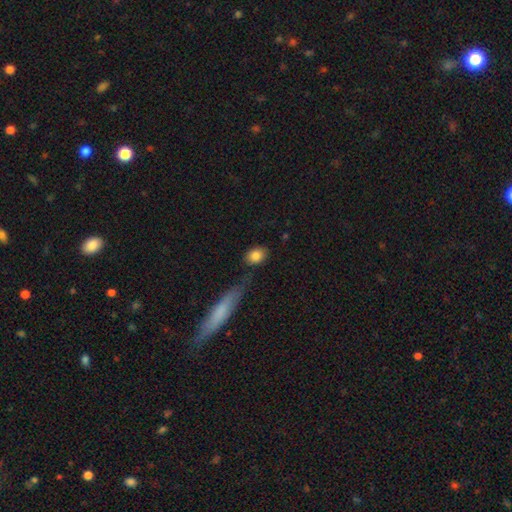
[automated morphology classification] Overall: smooth (84%). How rounded: in between (62%; round 35%). Merging: none (72%).